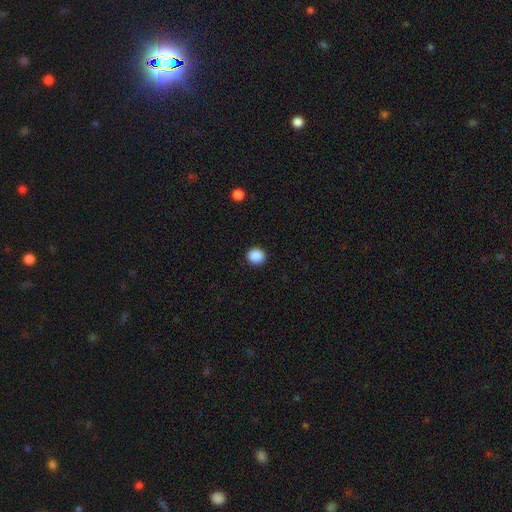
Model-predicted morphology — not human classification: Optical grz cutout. It shows a smooth galaxy with no disk features (89%) that is round (81%). Merging: none (92%).